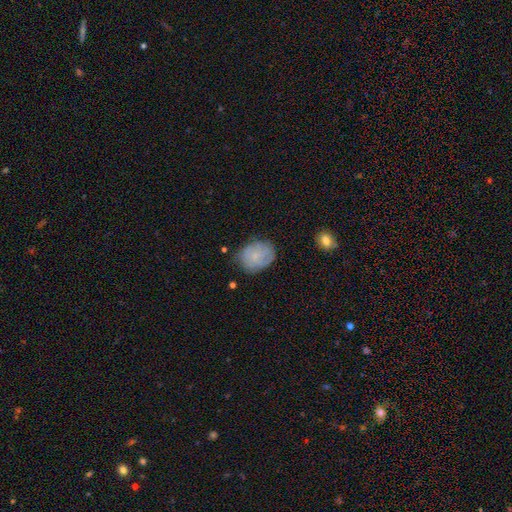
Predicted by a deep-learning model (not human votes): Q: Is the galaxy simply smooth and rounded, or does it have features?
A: smooth — 53%.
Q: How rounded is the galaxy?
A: in between — 54%.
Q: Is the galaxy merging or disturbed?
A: none — 69%.